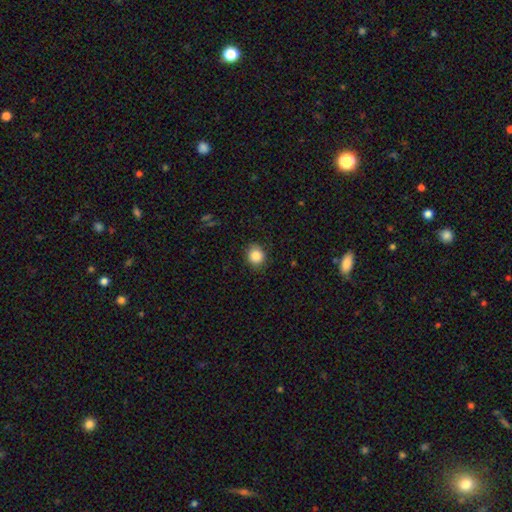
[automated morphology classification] Overall: smooth (86%). How rounded: round (77%). Merging: none (82%).